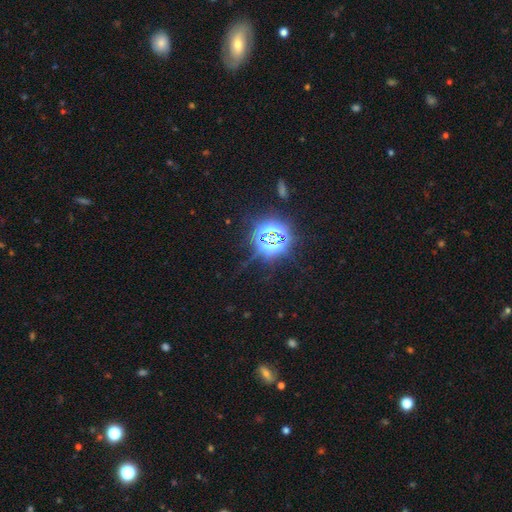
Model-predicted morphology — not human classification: A star or artifact, not a galaxy (79%).